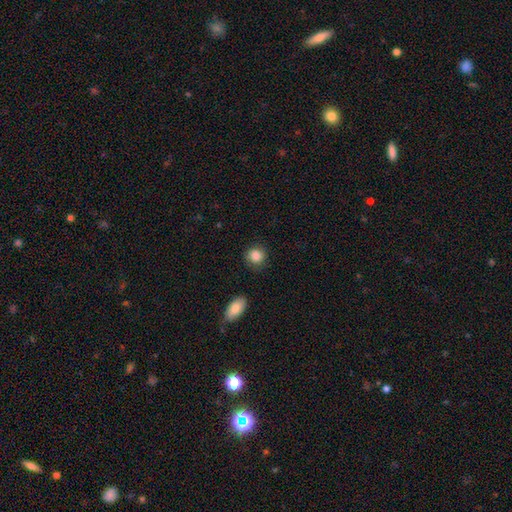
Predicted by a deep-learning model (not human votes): smooth-or-featured: smooth: 87% | star or artifact: 8% | featured or disk: 5%
  how-rounded: round: 83% | in between: 16% | cigar-shaped: 1%
  merging: none: 84% | minor disturbance: 11% | major disturbance: 3% | merger: 2%